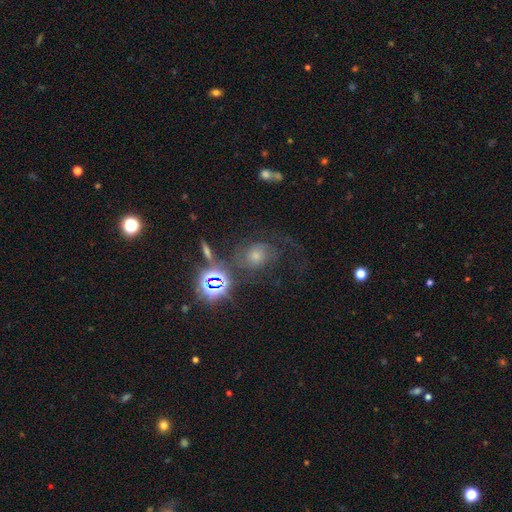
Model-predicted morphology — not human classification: Smooth or featured? Predicted: smooth (p=0.38). Merging? Predicted: none (p=0.51).